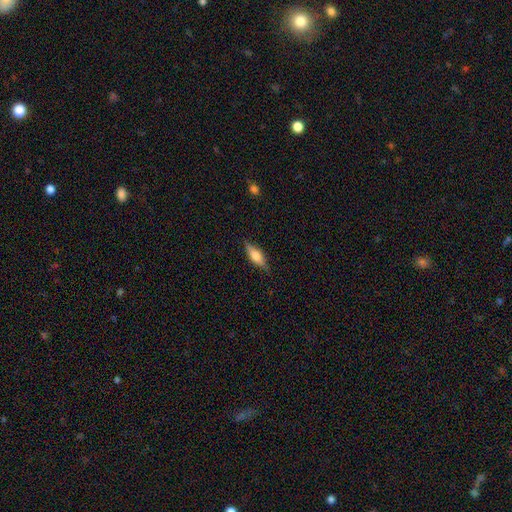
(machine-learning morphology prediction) Smooth or featured?
  - featured or disk: 49% *
  - smooth: 44%
  - star or artifact: 7%
Merging?
  - none: 85% *
  - minor disturbance: 11%
  - major disturbance: 2%
  - merger: 1%